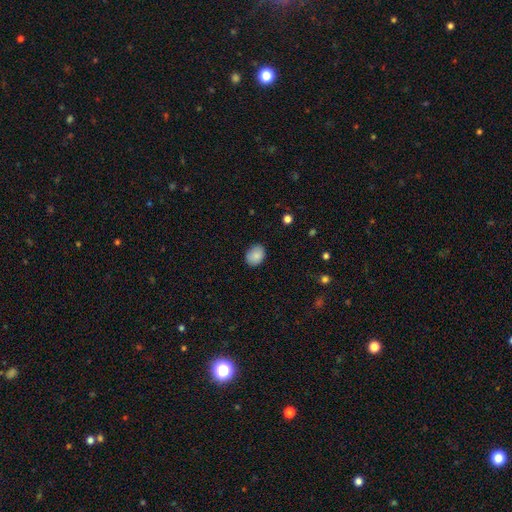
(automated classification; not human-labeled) This appears to be a smooth galaxy with no disk features (87%) that is in between round and cigar-shaped (66%). Merging: none (83%).